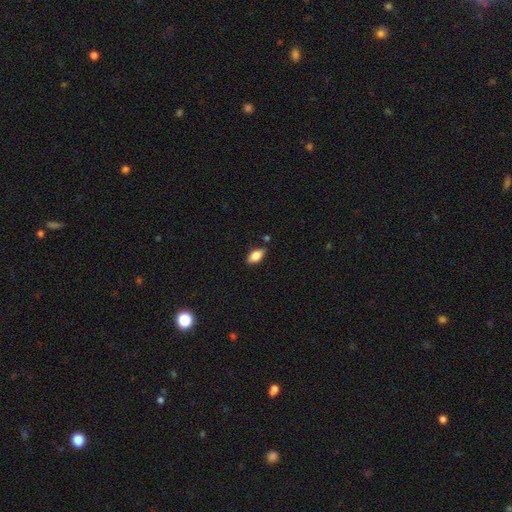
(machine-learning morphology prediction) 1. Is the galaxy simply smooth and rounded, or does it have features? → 76% smooth, 17% featured or disk, 8% star or artifact.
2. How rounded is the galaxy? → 89% in between, 7% cigar-shaped, 4% round.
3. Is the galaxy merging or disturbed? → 83% none, 12% minor disturbance, 3% merger, 2% major disturbance.